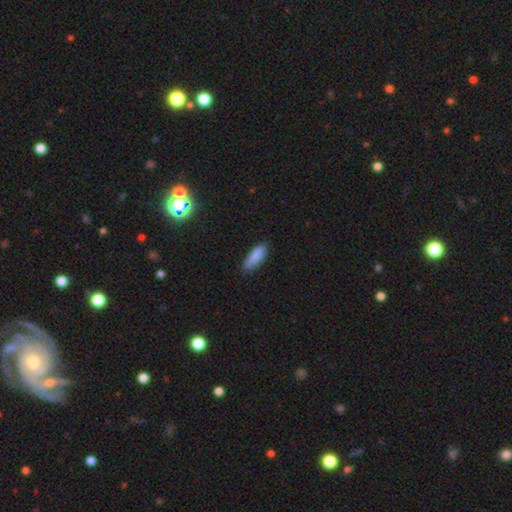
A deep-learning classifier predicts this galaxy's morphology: smooth 86%, featured or disk 7%, star or artifact 7%. Down the decision tree: how rounded — in between (63%); merging — none (80%).